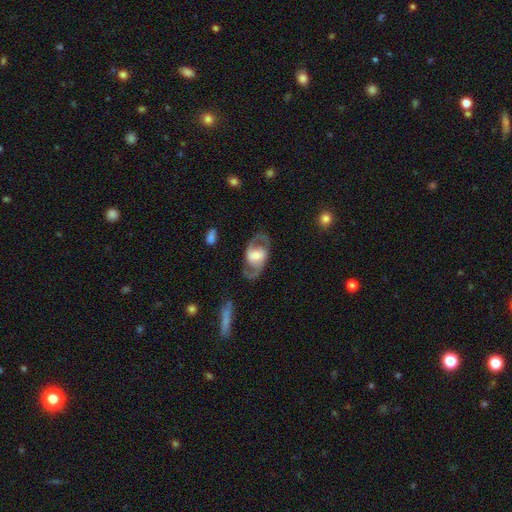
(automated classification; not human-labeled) Smooth or featured? featured or disk (77%)
Edge-on disk? no (94%)
Bar? weak (39%, tied with no)
Spiral arms? yes (81%)
Spiral winding? medium (54%)
Spiral arm count? 2 (88%)
Bulge size? moderate (42%)
Merging? none (75%)